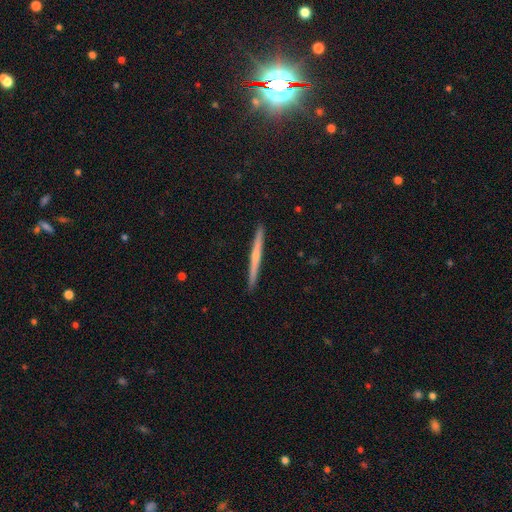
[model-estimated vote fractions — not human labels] Smooth or featured: featured or disk — 57% (smooth — 38%)
Edge-on disk: yes — 98% (no — 2%)
Edge-on bulge: none — 48% (rounded — 47%)
Merging: none — 93% (minor disturbance — 5%)